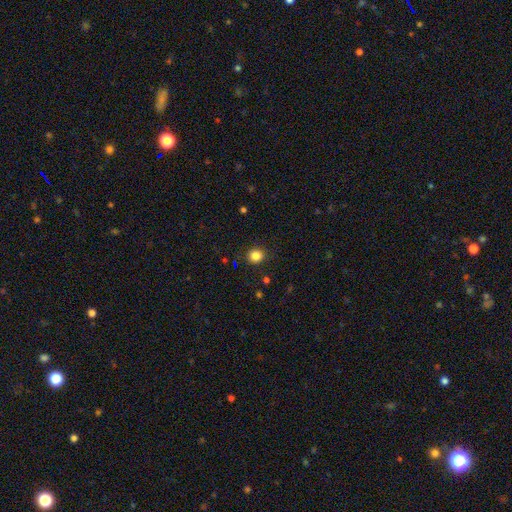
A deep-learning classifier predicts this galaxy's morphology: This appears to be a smooth galaxy with no disk features (84%) that is round (83%). Merging: none (89%).